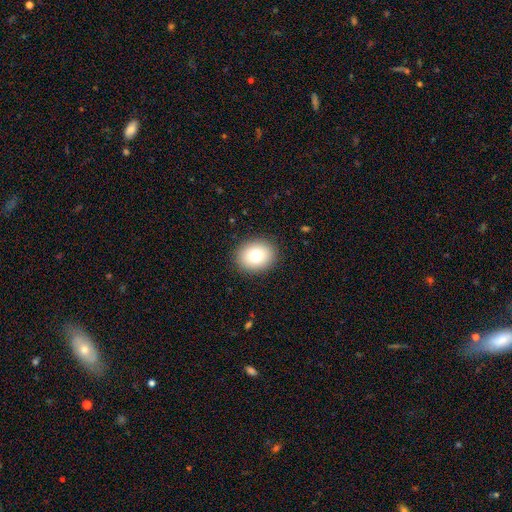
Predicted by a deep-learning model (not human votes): This appears to be a smooth galaxy with no disk features (78%) that is round (53%). Merging: none (89%).